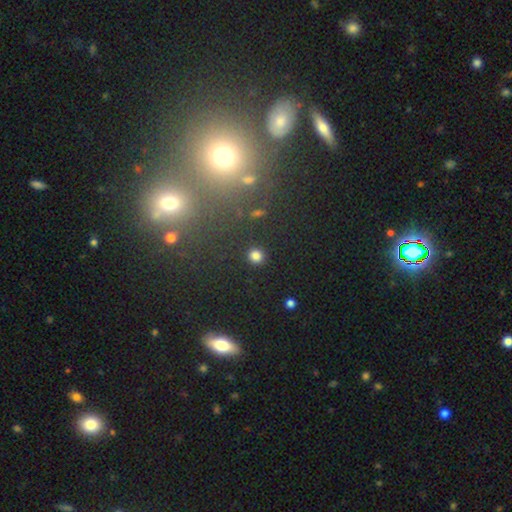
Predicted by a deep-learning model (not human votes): This appears to be a smooth galaxy with no disk features (81%) that is round (90%). Merging: none (91%).